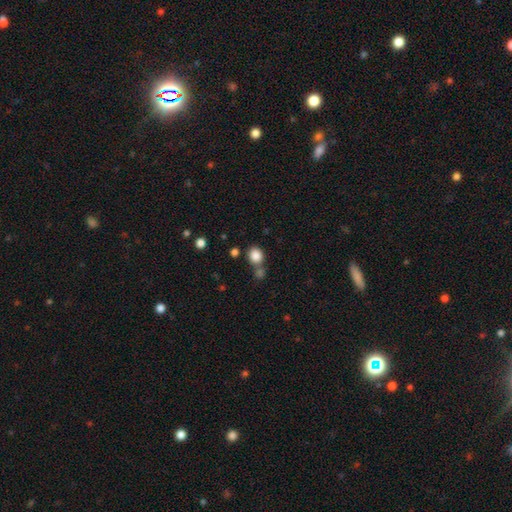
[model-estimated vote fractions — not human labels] A smooth galaxy with no disk features (85%) that is round (72%).

Vote fractions:
- Smooth or featured? smooth: 85% / star or artifact: 10% / featured or disk: 5%
- How rounded? round: 72% / in between: 27% / cigar-shaped: 1%
- Merging? none: 61% / merger: 25% / minor disturbance: 10% / major disturbance: 4%